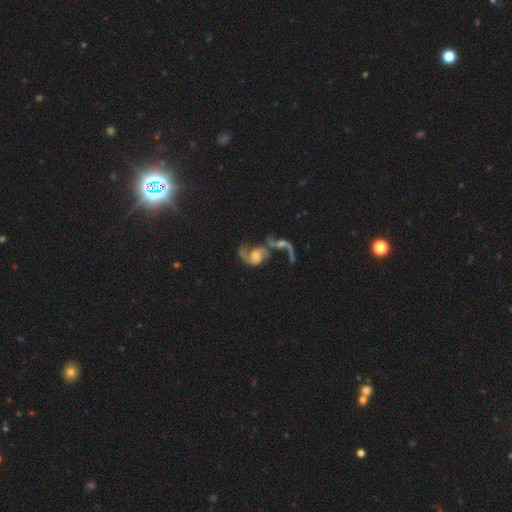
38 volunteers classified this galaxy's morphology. Volunteers were most divided on "bar": weak: 46%, no: 40%, strong: 14%. More confident: edge-on disk — no (100%); spiral arms — yes (100%); spiral arm count — 2 (100%); smooth or featured — featured or disk (92%); bulge size — moderate (66%); merging — merger (54%); spiral winding — medium (51%).